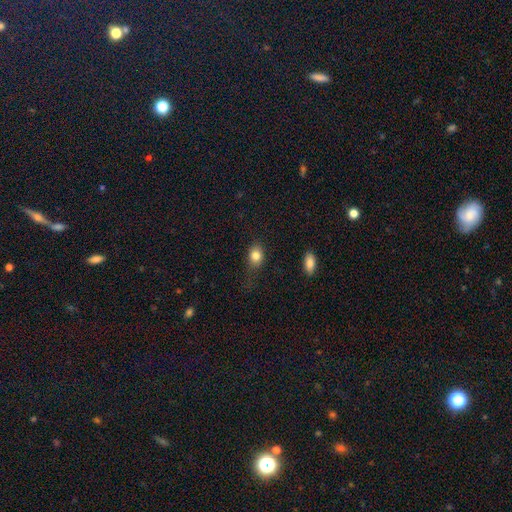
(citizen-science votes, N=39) Smooth or featured? smooth (85%)
How rounded? in between (64%)
Merging? none (62%)